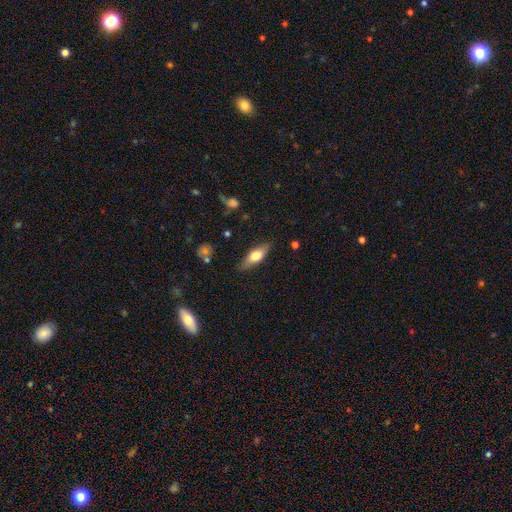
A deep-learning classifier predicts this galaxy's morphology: This appears to be a smooth galaxy with no disk features (62%) that is in between round and cigar-shaped (65%). Merging: none (82%).